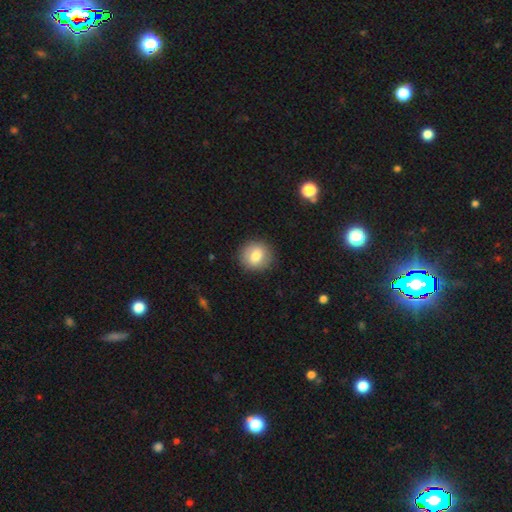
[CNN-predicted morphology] A smooth galaxy with no disk features (77%) that is round (84%).

Vote fractions:
- Smooth or featured? smooth: 77% / featured or disk: 15% / star or artifact: 8%
- How rounded? round: 84% / in between: 15% / cigar-shaped: 1%
- Merging? none: 89% / minor disturbance: 8% / major disturbance: 2% / merger: 1%